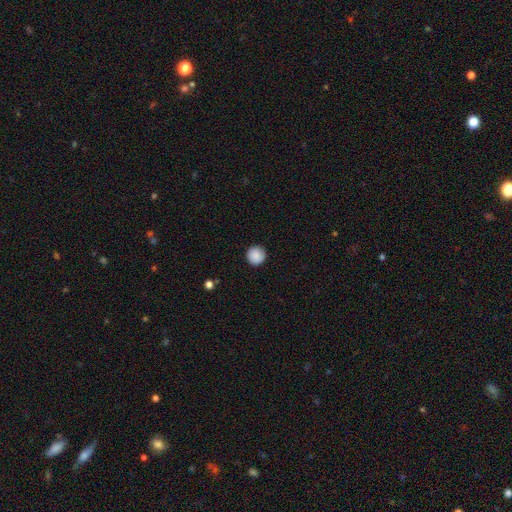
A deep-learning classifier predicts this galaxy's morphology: The model was most divided on "smooth or featured": smooth: 89%, star or artifact: 8%, featured or disk: 4%. More confident: how rounded — round (95%); merging — none (91%).